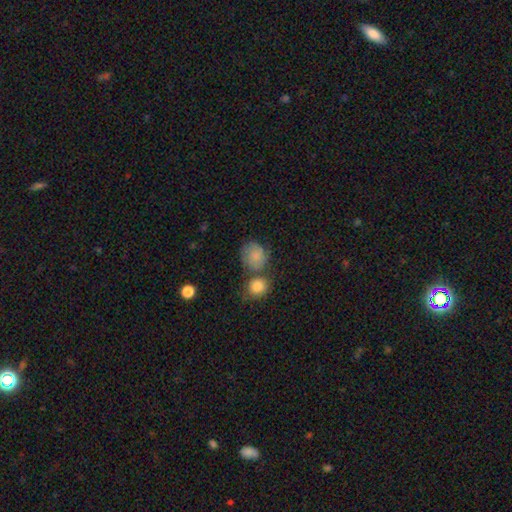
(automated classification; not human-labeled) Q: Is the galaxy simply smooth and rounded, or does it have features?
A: smooth — 79%.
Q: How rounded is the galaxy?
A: round — 73%.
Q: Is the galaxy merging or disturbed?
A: none — 49%.